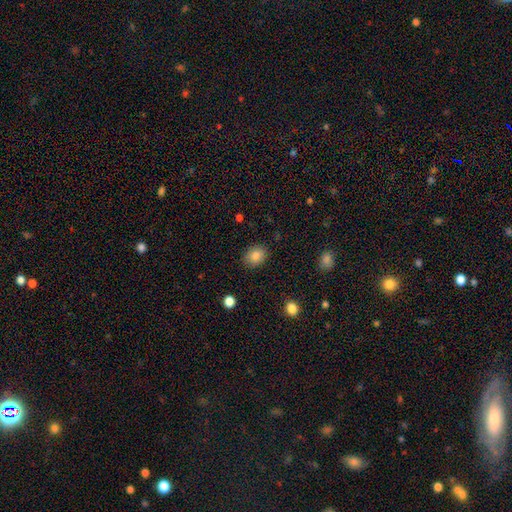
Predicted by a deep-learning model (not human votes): Smooth or featured: smooth — 86% (star or artifact — 9%)
How rounded: in between — 54% (round — 45%)
Merging: none — 86% (minor disturbance — 9%)